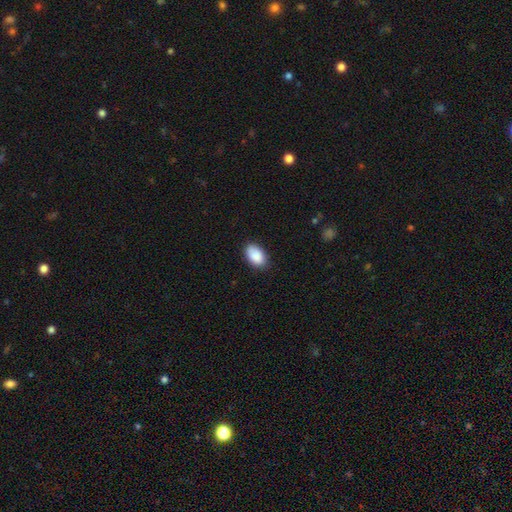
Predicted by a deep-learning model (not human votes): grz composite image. It shows a smooth galaxy with no disk features (89%) that is in between round and cigar-shaped (93%). Merging: none (82%).